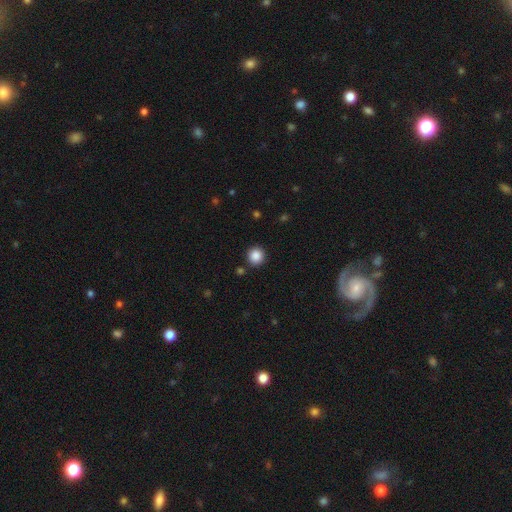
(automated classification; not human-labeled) A smooth galaxy with no disk features (87%) that is round (94%).

Vote fractions:
- Smooth or featured? smooth: 87% / star or artifact: 10% / featured or disk: 3%
- How rounded? round: 94% / in between: 5% / cigar-shaped: 1%
- Merging? none: 89% / minor disturbance: 6% / merger: 2% / major disturbance: 2%